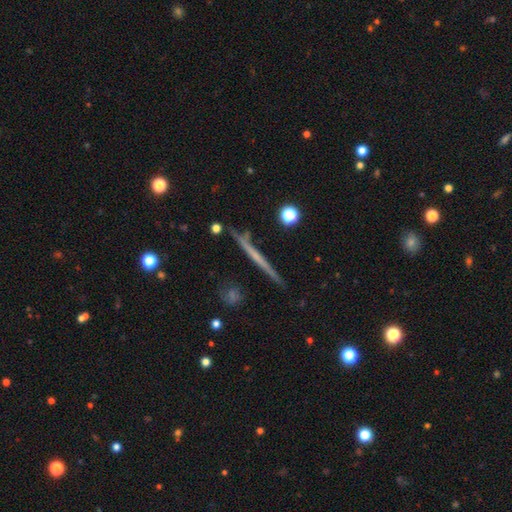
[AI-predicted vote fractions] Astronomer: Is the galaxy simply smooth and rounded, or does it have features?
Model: featured or disk — 59% (runner-up: smooth, 34%).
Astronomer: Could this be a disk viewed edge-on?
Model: yes — 97%.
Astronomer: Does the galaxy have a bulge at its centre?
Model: none — 86%.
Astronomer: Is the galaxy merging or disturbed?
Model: none — 87%.